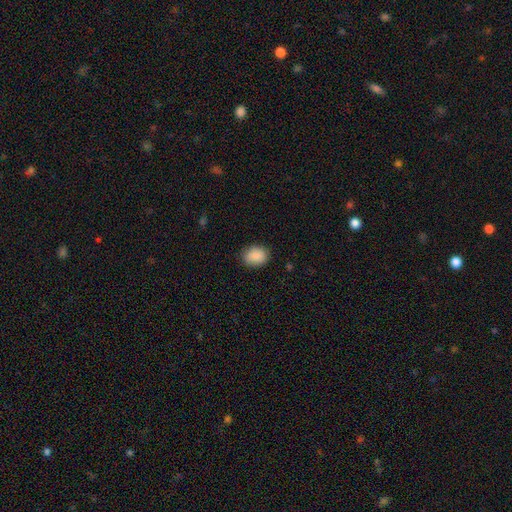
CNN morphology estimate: A smooth galaxy with no disk features (87%) that is in between round and cigar-shaped (50%).

Vote fractions:
- Smooth or featured? smooth: 87% / star or artifact: 8% / featured or disk: 5%
- How rounded? in between: 50% / round: 49% / cigar-shaped: 1%
- Merging? none: 85% / minor disturbance: 11% / major disturbance: 3% / merger: 1%